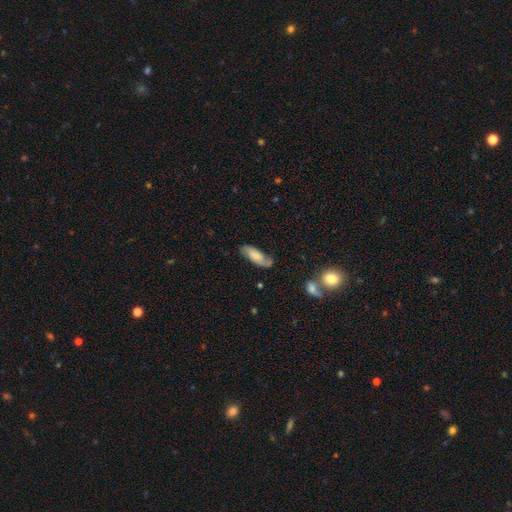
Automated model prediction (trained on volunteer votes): A smooth galaxy with no disk features (49%).

Vote fractions:
- Smooth or featured? smooth: 49% / featured or disk: 44% / star or artifact: 7%
- Merging? none: 68% / minor disturbance: 22% / major disturbance: 7% / merger: 3%